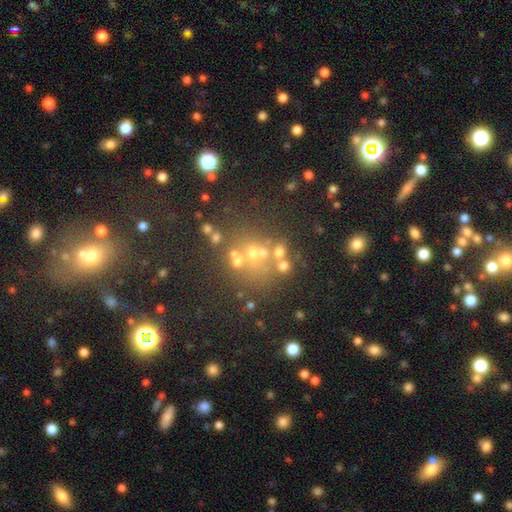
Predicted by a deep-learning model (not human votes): smooth-or-featured: star or artifact: 45% | smooth: 33% | featured or disk: 22%